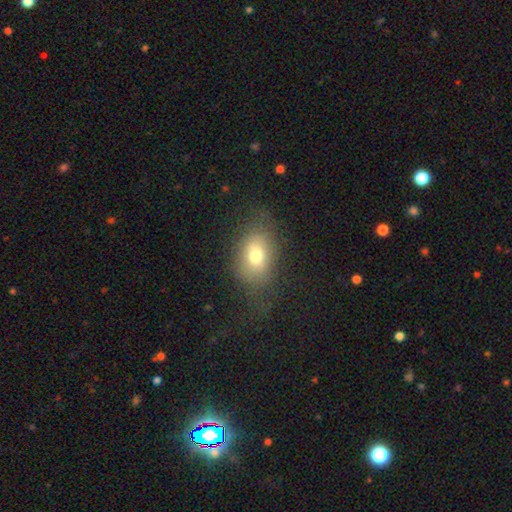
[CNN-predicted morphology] A smooth galaxy with no disk features (72%) that is in between round and cigar-shaped (78%). Merging: none (64%).